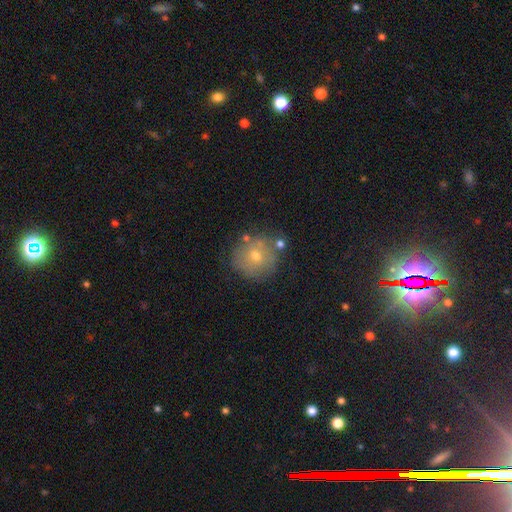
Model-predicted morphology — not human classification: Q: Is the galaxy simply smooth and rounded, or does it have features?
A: smooth — 58%.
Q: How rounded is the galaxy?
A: round — 92%.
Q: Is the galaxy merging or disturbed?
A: none — 74%.